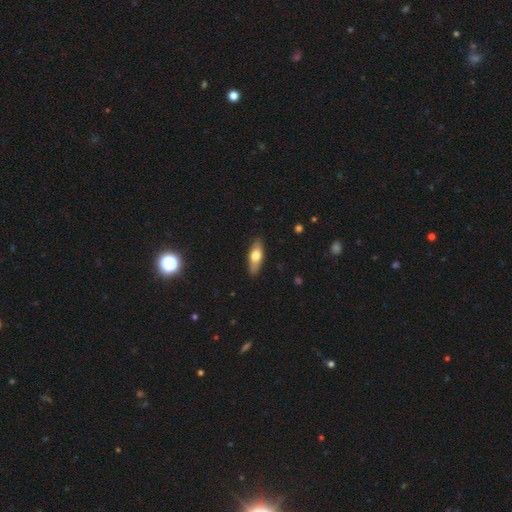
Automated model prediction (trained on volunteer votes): This appears to be a smooth galaxy with no disk features (62%) that is in between round and cigar-shaped (64%). Merging: none (87%).